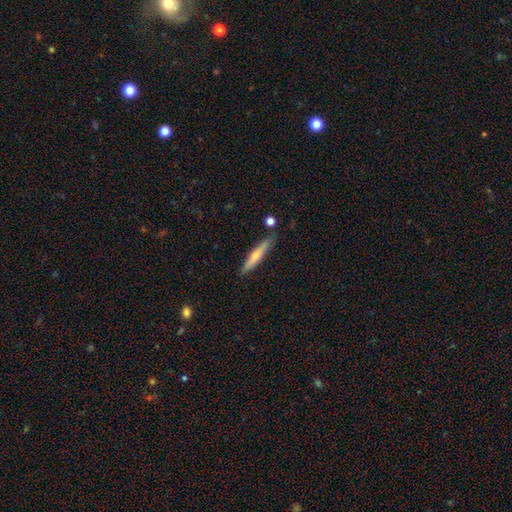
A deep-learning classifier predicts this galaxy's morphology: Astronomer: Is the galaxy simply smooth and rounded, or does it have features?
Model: smooth — 53% (runner-up: featured or disk, 41%).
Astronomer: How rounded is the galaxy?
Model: cigar-shaped — 90%.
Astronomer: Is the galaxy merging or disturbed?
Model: none — 82%.